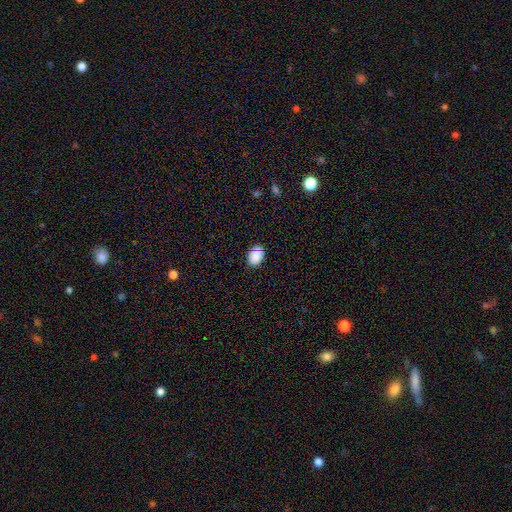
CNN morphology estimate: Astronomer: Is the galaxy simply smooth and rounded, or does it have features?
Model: smooth — 85%.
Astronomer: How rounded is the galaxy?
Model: in between — 74%.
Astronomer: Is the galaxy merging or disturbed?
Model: none — 82%.